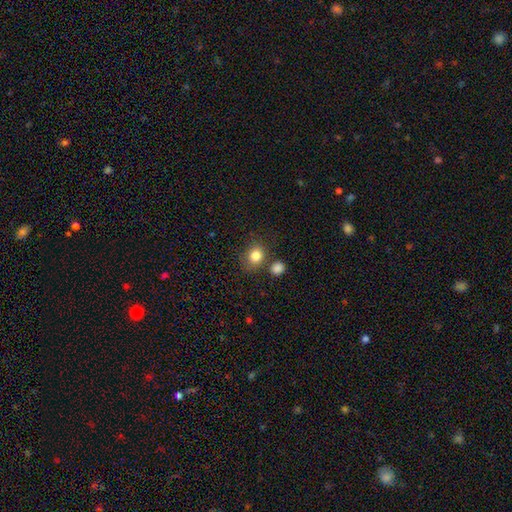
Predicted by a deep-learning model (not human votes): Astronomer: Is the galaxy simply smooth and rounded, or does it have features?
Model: smooth — 84%.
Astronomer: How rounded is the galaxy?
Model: round — 67%.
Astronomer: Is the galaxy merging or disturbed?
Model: none — 68%.